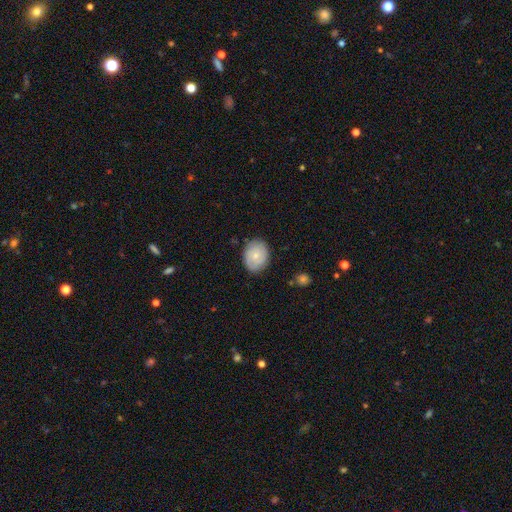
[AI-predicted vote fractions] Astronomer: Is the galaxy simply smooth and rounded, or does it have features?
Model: smooth — 63%.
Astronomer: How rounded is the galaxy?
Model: round — 50% (runner-up: in between, 49%).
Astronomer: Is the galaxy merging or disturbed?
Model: none — 82%.